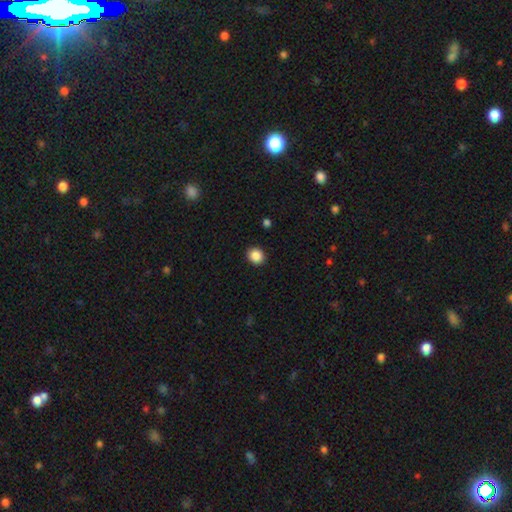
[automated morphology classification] This appears to be a smooth galaxy with no disk features (88%) that is round (79%). Merging: none (91%).